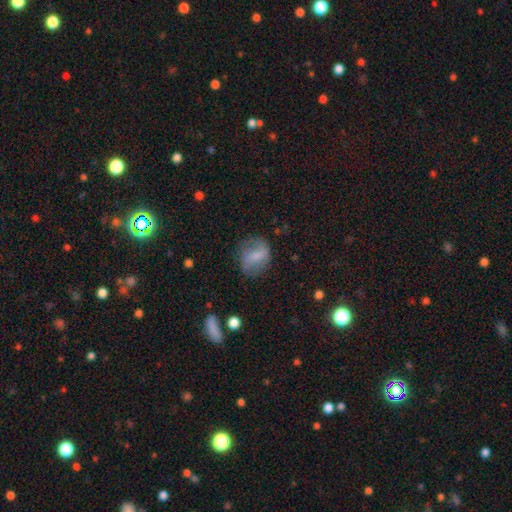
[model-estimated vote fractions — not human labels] smooth_or_featured: smooth (p=0.55) [alt: featured or disk p=0.36]
how_rounded: in between (p=0.51) [alt: round p=0.47]
merging: none (p=0.63) [alt: minor disturbance p=0.23]